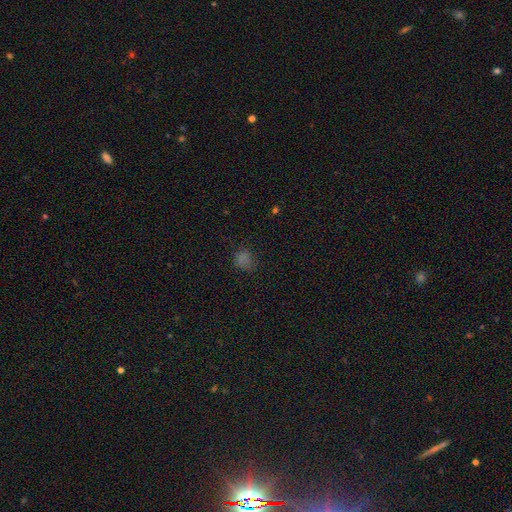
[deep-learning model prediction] Morphology: type=star or artifact (58%).